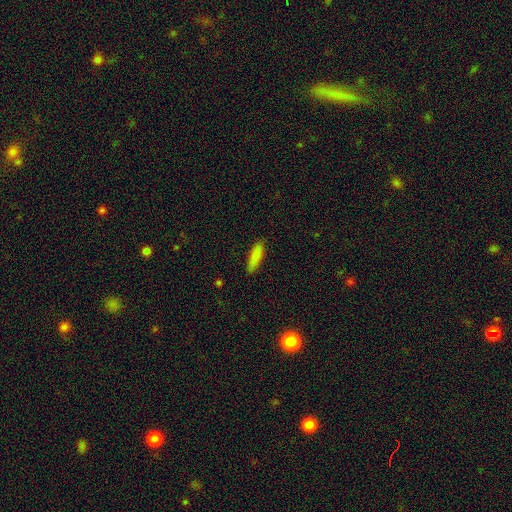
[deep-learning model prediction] Smooth or featured? smooth (85%)
How rounded? cigar-shaped (65%)
Merging? none (86%)